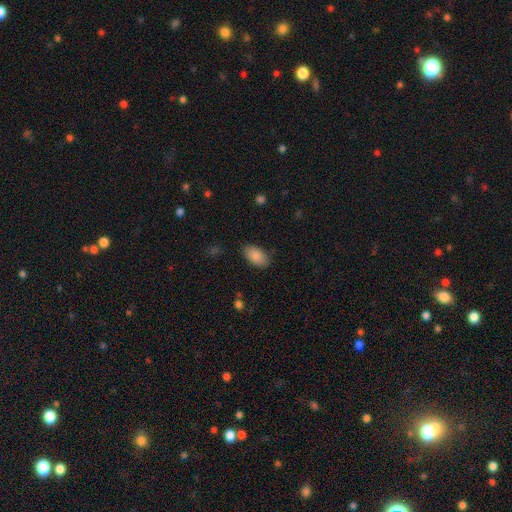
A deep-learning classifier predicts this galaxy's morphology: smooth_or_featured: smooth (p=0.88) [alt: star or artifact p=0.07]
how_rounded: in between (p=0.94) [alt: round p=0.04]
merging: none (p=0.84) [alt: minor disturbance p=0.12]